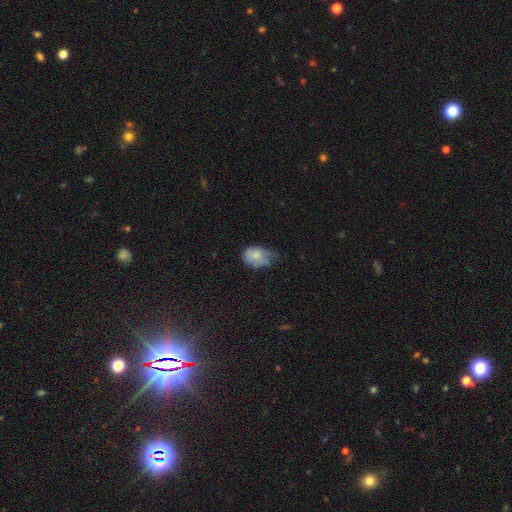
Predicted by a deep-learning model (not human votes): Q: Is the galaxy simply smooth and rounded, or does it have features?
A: smooth — 72%.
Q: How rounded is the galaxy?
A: in between — 73%.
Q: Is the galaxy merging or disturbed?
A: minor disturbance — 45%.